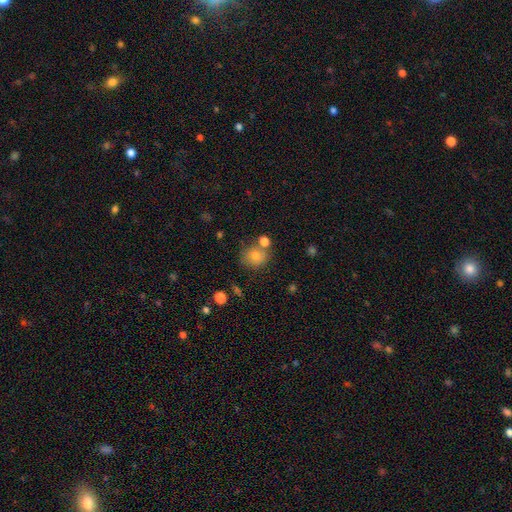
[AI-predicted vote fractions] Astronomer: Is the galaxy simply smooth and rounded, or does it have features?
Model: smooth — 75%.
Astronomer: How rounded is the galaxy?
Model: round — 77%.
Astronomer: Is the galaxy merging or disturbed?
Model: none — 67%.